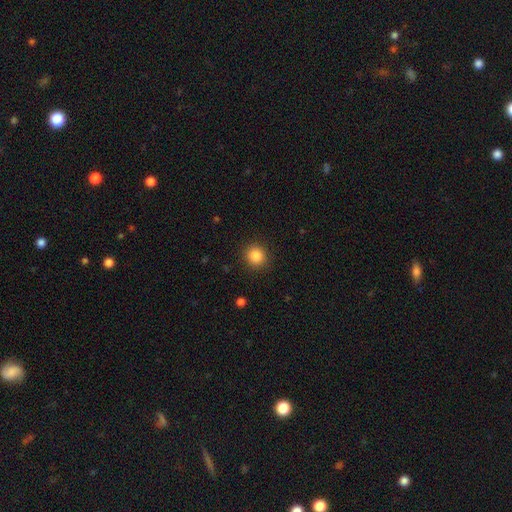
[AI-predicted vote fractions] Overall: smooth (86%). How rounded: round (90%). Merging: none (90%).